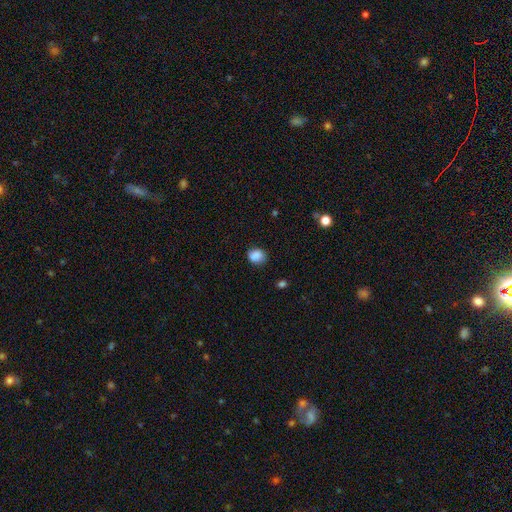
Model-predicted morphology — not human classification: Overall: smooth (86%). How rounded: round (63%; in between 36%). Merging: none (75%).